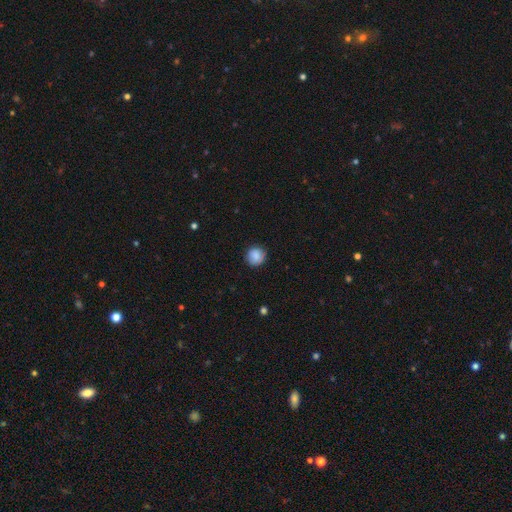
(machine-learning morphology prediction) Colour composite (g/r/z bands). It shows a smooth galaxy with no disk features (86%) that is round (92%). Merging: none (87%).